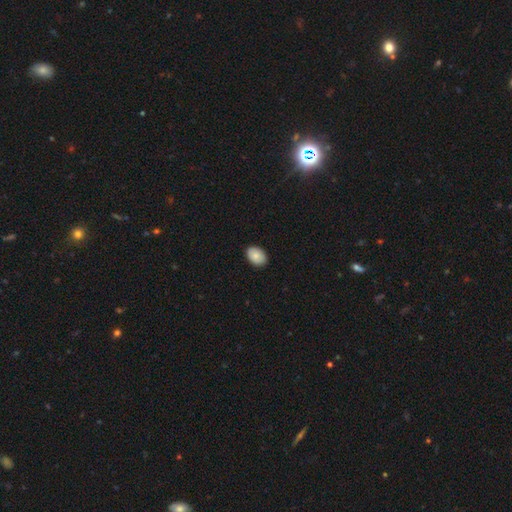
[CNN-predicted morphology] smooth 86%, featured or disk 7%, star or artifact 7%. Down the decision tree: how rounded — in between (79%); merging — none (89%).